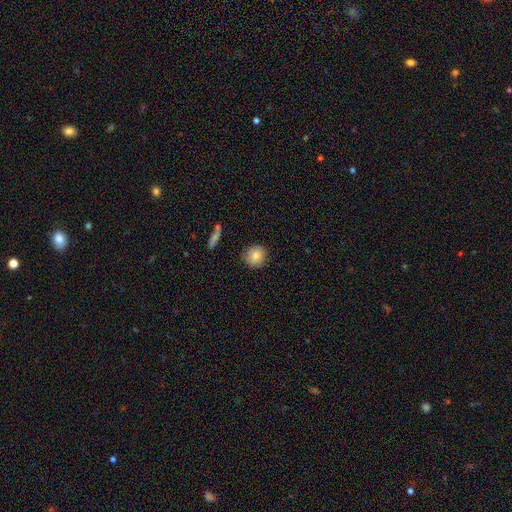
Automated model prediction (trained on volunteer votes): Morphology: type=smooth (81%); roundness=round (90%); merging=none (85%).